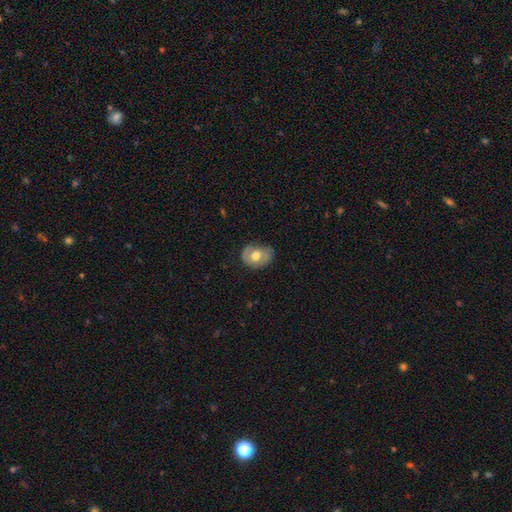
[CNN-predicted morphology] Overall: smooth (52%; featured or disk 41%). How rounded: in between (57%; round 42%). Merging: none (55%; minor disturbance 31%).